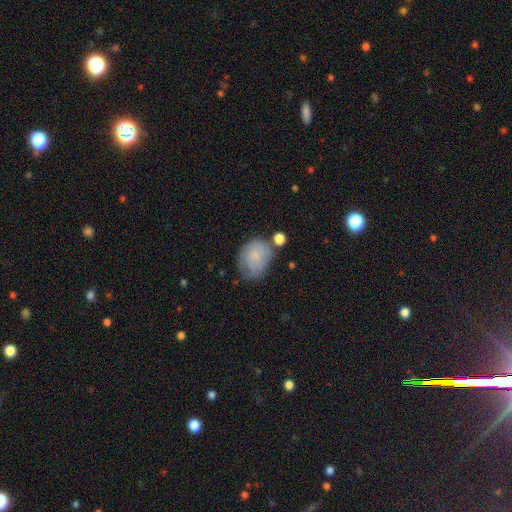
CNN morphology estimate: type=smooth (68%); roundness=in between (55%); merging=none (49%).